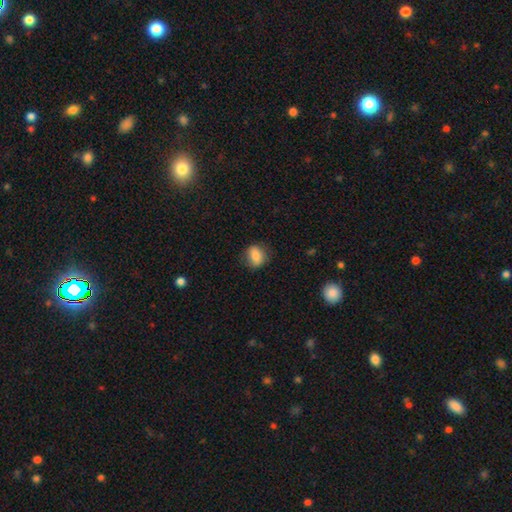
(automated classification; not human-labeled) The model was most divided on "how rounded": in between: 58%, round: 40%, cigar-shaped: 2%. More confident: smooth or featured — smooth (84%); merging — none (79%).